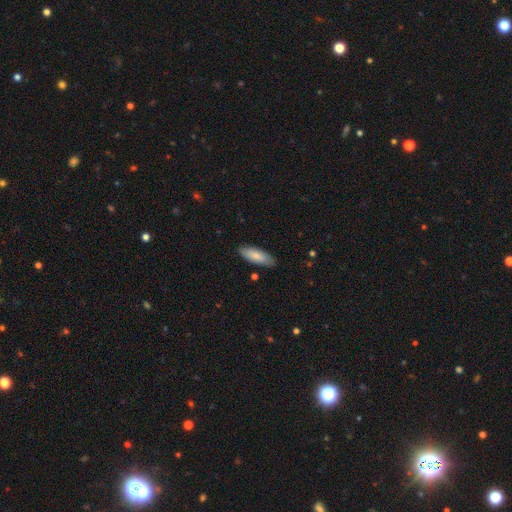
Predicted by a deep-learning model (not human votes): Smooth or featured? smooth (82%)
How rounded? in between (65%)
Merging? none (86%)